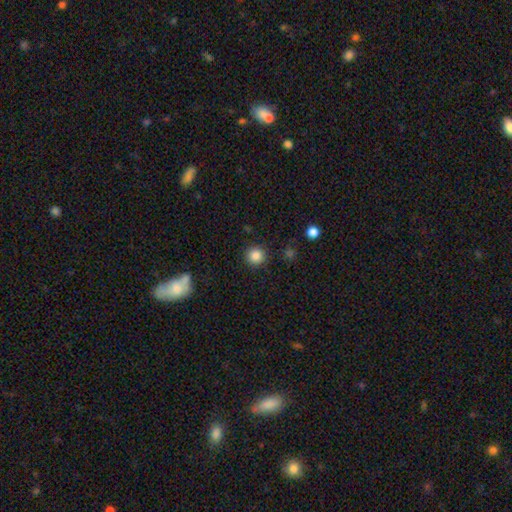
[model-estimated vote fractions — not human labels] This is clearly a smooth galaxy (85%). How rounded: clearly round (94%). Merging: clearly none (90%).